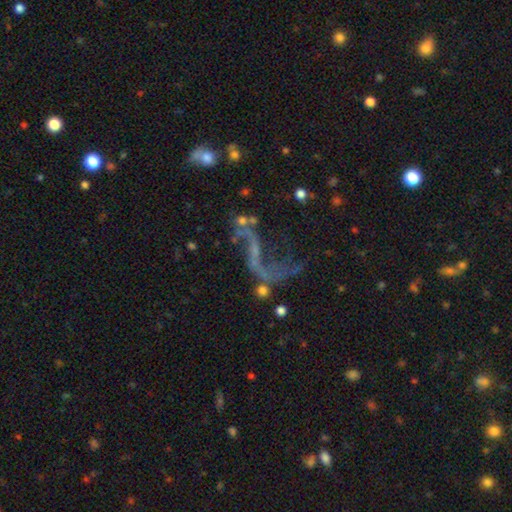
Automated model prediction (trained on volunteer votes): This appears to be a featured or disk galaxy (69%) with no bar (55%), spiral arms (64%) and no central bulge (59%). Merging: major disturbance (36%).